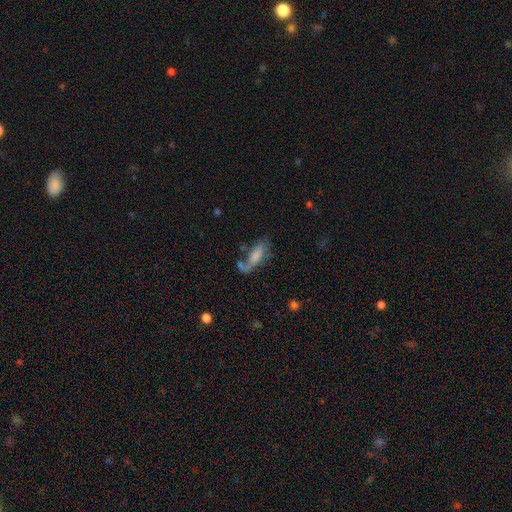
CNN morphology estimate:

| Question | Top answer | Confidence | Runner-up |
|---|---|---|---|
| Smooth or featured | smooth | 63% | featured or disk (28%) |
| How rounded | in between | 67% | cigar-shaped (30%) |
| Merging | none | 37% | major disturbance (25%) |